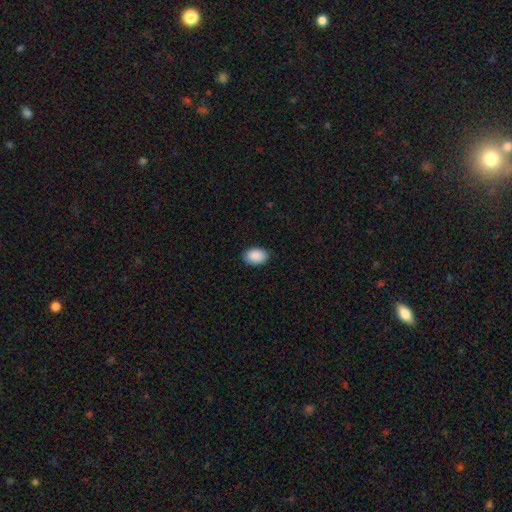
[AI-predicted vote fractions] Q: Smooth or featured?
A: smooth (91%); runner-up: star or artifact (6%)
Q: How rounded?
A: in between (88%); runner-up: round (11%)
Q: Merging?
A: none (89%); runner-up: minor disturbance (8%)